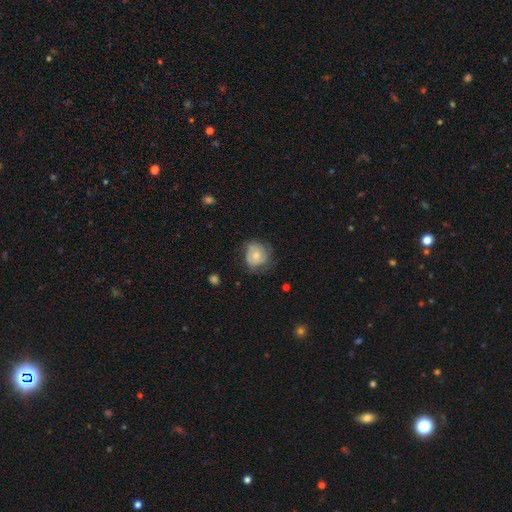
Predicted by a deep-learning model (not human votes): Smooth or featured? Predicted: smooth (p=0.55). How rounded? Predicted: round (p=0.74). Merging? Predicted: none (p=0.56).